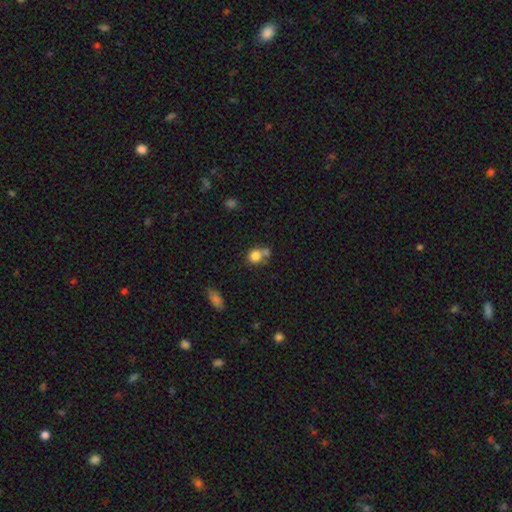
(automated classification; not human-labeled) A smooth galaxy with no disk features (81%) that is round (77%).

Vote fractions:
- Smooth or featured? smooth: 81% / star or artifact: 10% / featured or disk: 9%
- How rounded? round: 77% / in between: 22% / cigar-shaped: 1%
- Merging? none: 47% / merger: 37% / minor disturbance: 11% / major disturbance: 5%